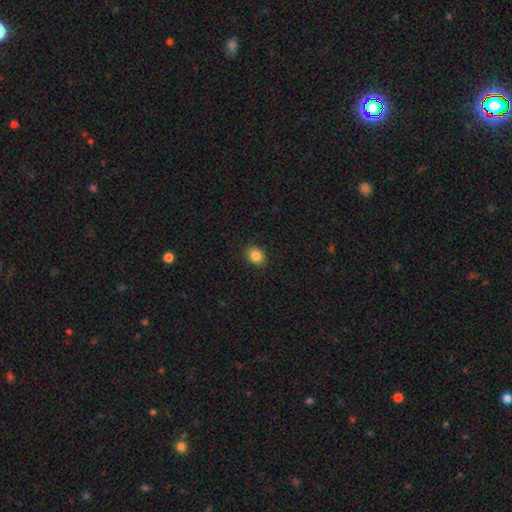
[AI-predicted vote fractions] This is clearly a smooth galaxy (85%). How rounded: possibly round (51%). Merging: clearly none (89%).